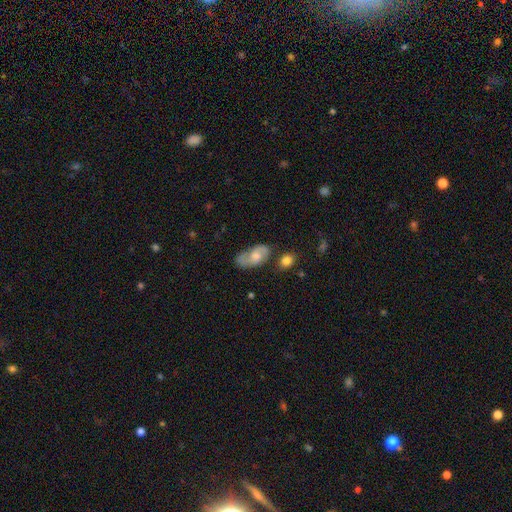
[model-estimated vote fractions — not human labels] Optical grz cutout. It shows a smooth galaxy with no disk features (55%) that is in between round and cigar-shaped (89%). Merging: none (47%).